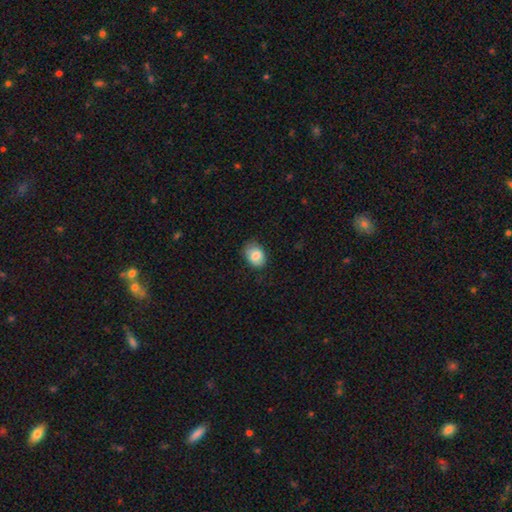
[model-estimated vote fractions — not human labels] This is clearly a smooth galaxy (84%). How rounded: likely in between (74%). Merging: likely none (72%).